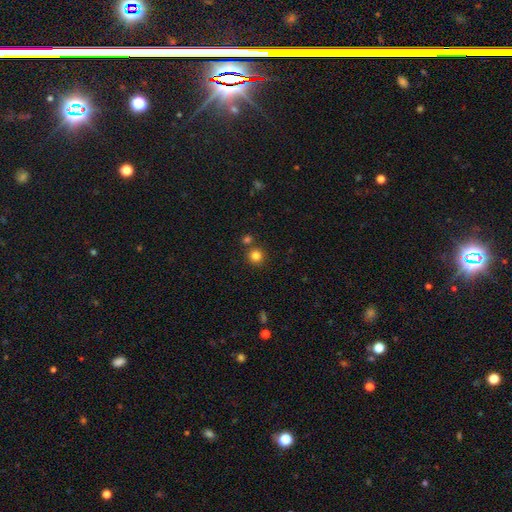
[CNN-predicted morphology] Overall: smooth (81%). How rounded: round (93%). Merging: none (80%).